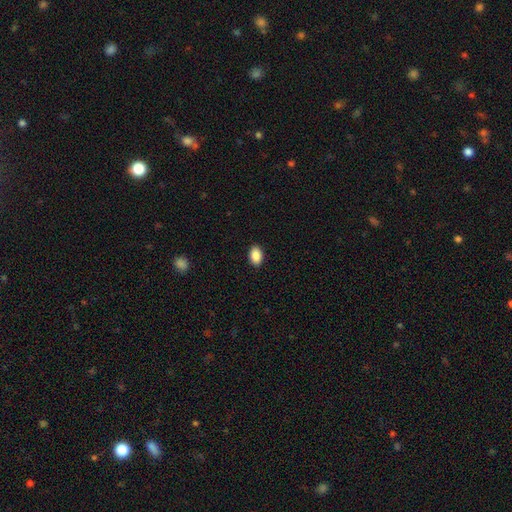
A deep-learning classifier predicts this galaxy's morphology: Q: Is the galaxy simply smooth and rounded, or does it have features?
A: smooth — 89%.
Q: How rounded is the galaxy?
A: in between — 88%.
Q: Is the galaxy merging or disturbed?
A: none — 90%.